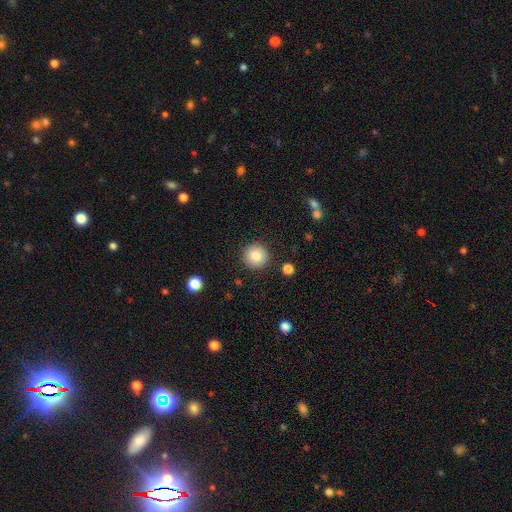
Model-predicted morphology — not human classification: A smooth galaxy with no disk features (84%) that is round (95%).

Vote fractions:
- Smooth or featured? smooth: 84% / star or artifact: 9% / featured or disk: 7%
- How rounded? round: 95% / in between: 4% / cigar-shaped: 1%
- Merging? none: 90% / minor disturbance: 6% / major disturbance: 2% / merger: 2%